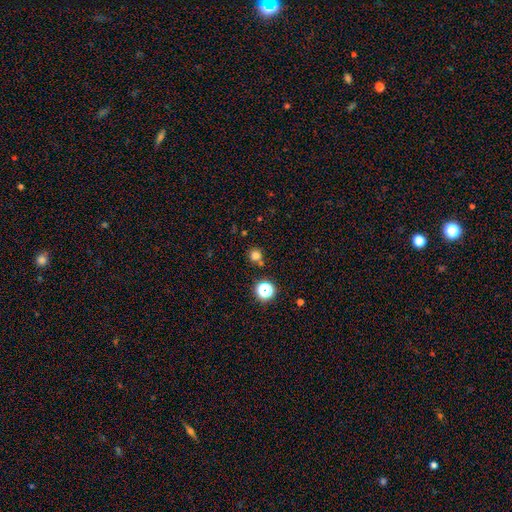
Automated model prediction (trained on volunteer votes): smooth 74%, star or artifact 21%, featured or disk 5%. Down the decision tree: how rounded — round (93%); merging — none (78%).